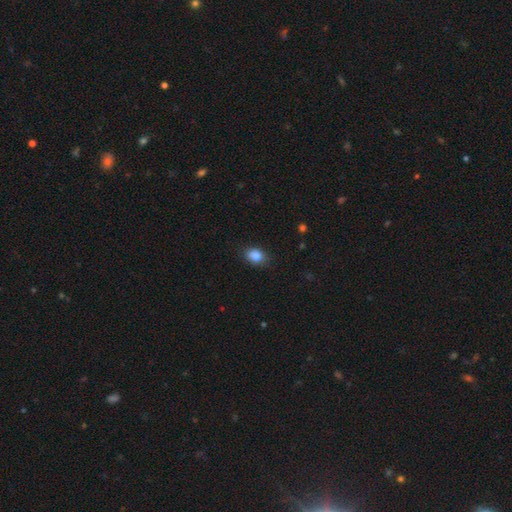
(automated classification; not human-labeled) Smooth or featured? Predicted: smooth (p=0.85). How rounded? Predicted: in between (p=0.69). Merging? Predicted: none (p=0.80).